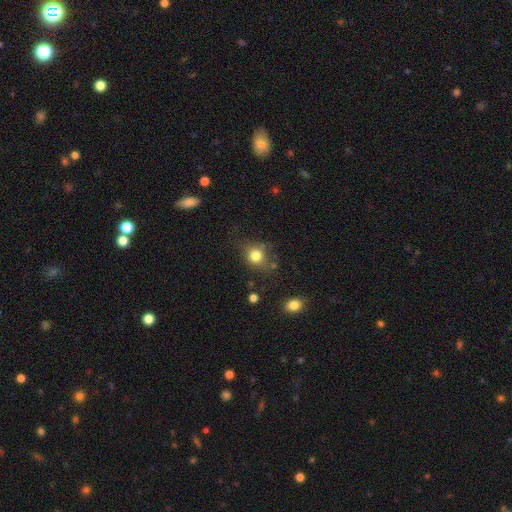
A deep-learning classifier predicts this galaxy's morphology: A smooth galaxy with no disk features (80%) that is round (73%).

Vote fractions:
- Smooth or featured? smooth: 80% / star or artifact: 12% / featured or disk: 8%
- How rounded? round: 73% / in between: 26% / cigar-shaped: 1%
- Merging? none: 68% / minor disturbance: 21% / major disturbance: 8% / merger: 4%